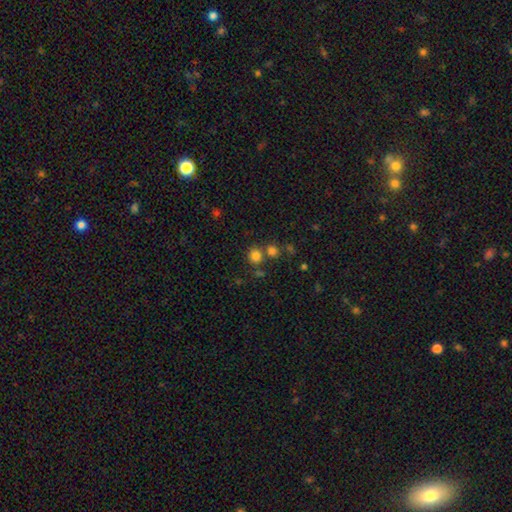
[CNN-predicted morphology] smooth 79%, star or artifact 15%, featured or disk 6%. Down the decision tree: how rounded — round (88%); merging — none (68%).